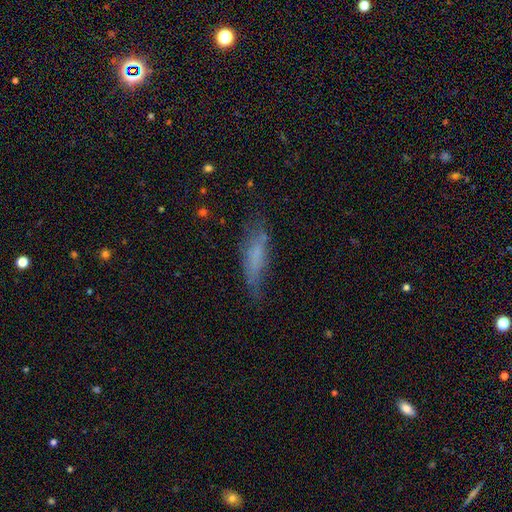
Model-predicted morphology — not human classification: Smooth or featured: smooth — 59% (featured or disk — 30%)
How rounded: cigar-shaped — 62% (in between — 36%)
Merging: none — 56% (minor disturbance — 28%)